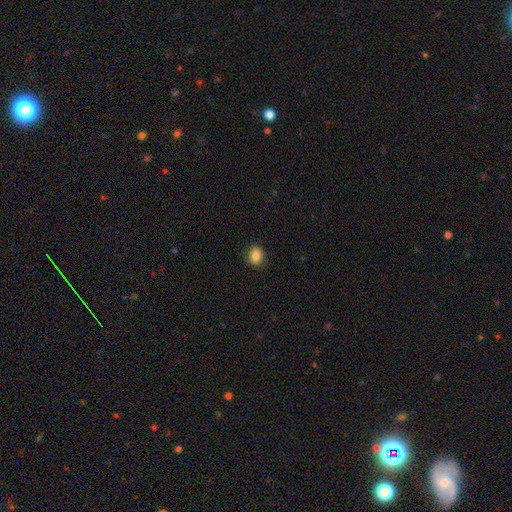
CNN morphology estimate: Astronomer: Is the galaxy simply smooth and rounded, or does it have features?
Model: smooth — 85%.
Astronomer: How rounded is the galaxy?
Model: round — 59% (runner-up: in between, 40%).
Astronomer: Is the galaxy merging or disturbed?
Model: none — 87%.